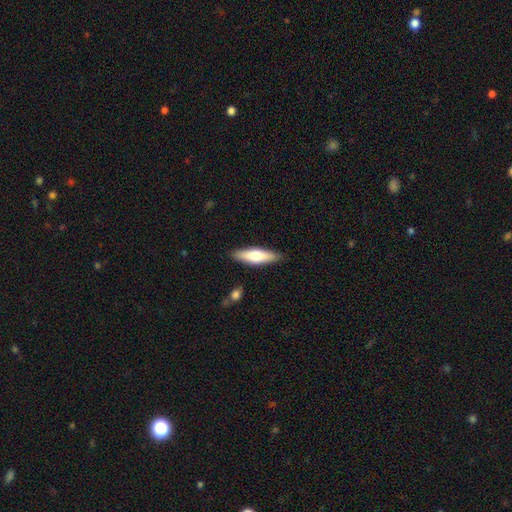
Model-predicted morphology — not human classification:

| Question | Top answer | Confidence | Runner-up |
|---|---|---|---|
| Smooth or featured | smooth | 65% | featured or disk (30%) |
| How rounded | cigar-shaped | 61% | in between (37%) |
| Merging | none | 87% | minor disturbance (9%) |